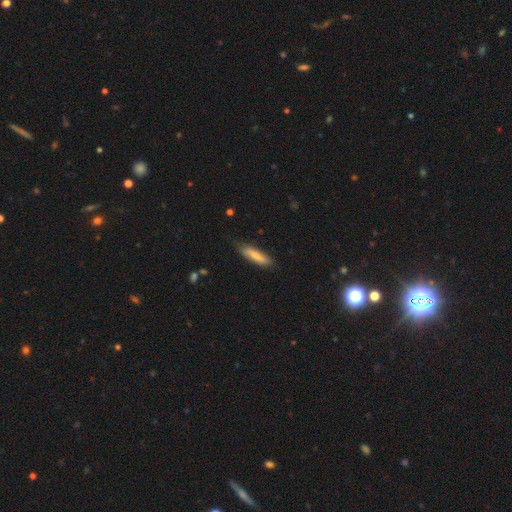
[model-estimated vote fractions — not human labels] Overall: smooth (78%). How rounded: cigar-shaped (72%). Merging: none (79%).